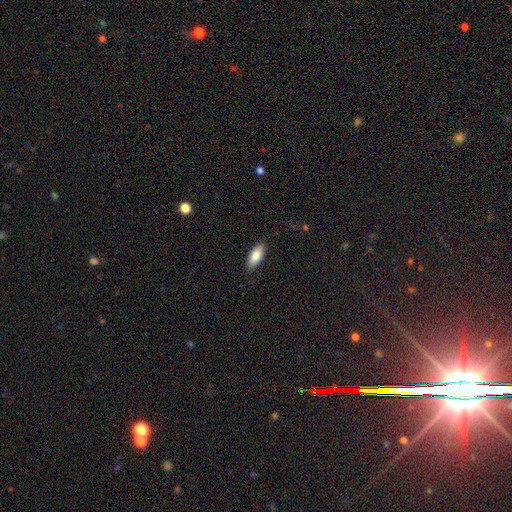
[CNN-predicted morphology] smooth-or-featured: smooth: 81% | featured or disk: 13% | star or artifact: 6%
  how-rounded: in between: 77% | cigar-shaped: 21% | round: 2%
  merging: none: 88% | minor disturbance: 9% | major disturbance: 2% | merger: 1%